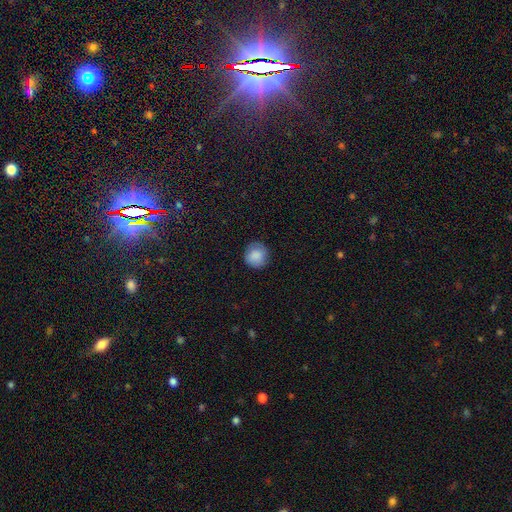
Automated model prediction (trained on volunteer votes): Smooth or featured: smooth — 86% (star or artifact — 8%)
How rounded: round — 92% (in between — 7%)
Merging: none — 86% (minor disturbance — 11%)